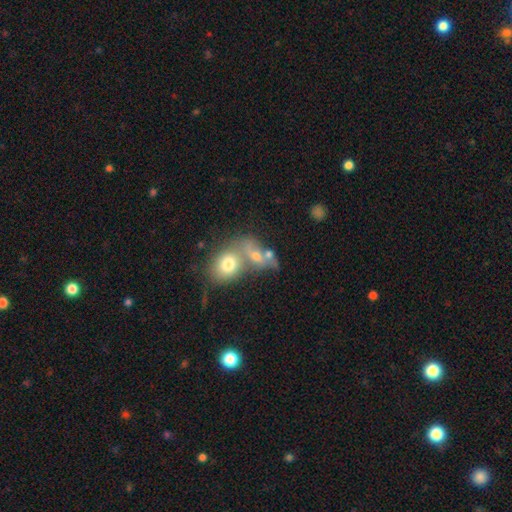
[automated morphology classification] Smooth or featured: smooth — 57% (featured or disk — 29%)
How rounded: in between — 67% (round — 27%)
Merging: merger — 57% (none — 26%)